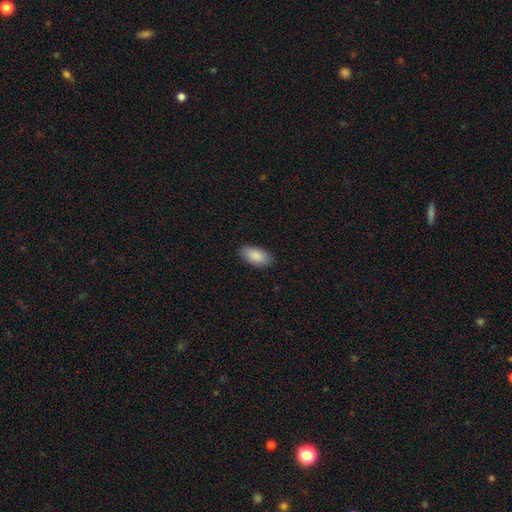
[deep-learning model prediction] The model was most divided on "merging": none: 88%, minor disturbance: 9%, major disturbance: 2%, merger: 1%. More confident: how rounded — in between (94%); smooth or featured — smooth (89%).